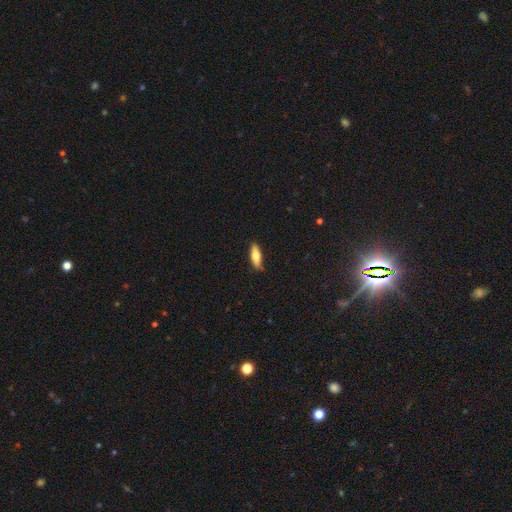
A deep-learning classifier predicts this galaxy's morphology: type=smooth (71%); roundness=in between (58%); merging=none (84%).